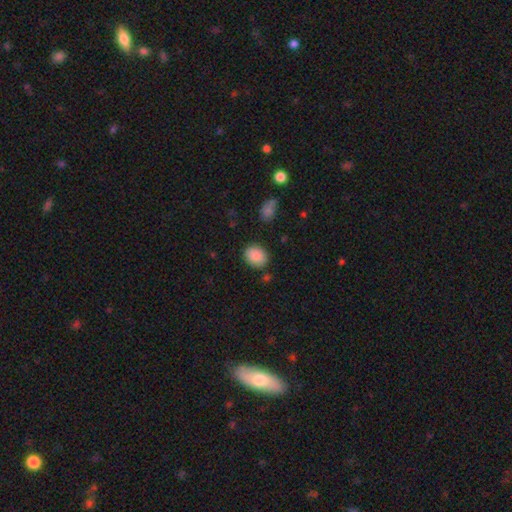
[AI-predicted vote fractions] smooth_or_featured: smooth (p=0.88) [alt: star or artifact p=0.08]
how_rounded: round (p=0.50) [alt: in between p=0.49]
merging: none (p=0.82) [alt: minor disturbance p=0.12]